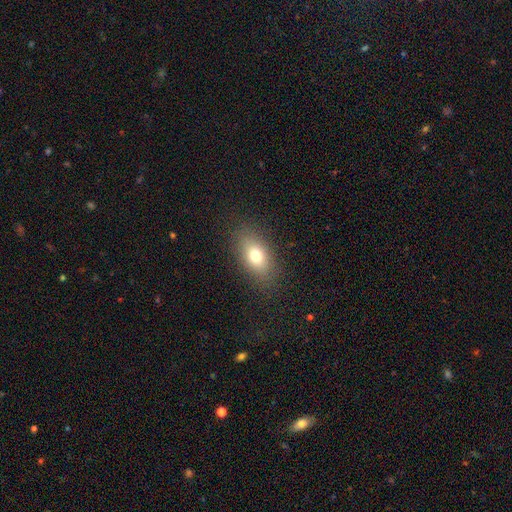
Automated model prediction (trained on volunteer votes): smooth 75%, featured or disk 14%, star or artifact 11%. Down the decision tree: how rounded — in between (84%); merging — none (85%).